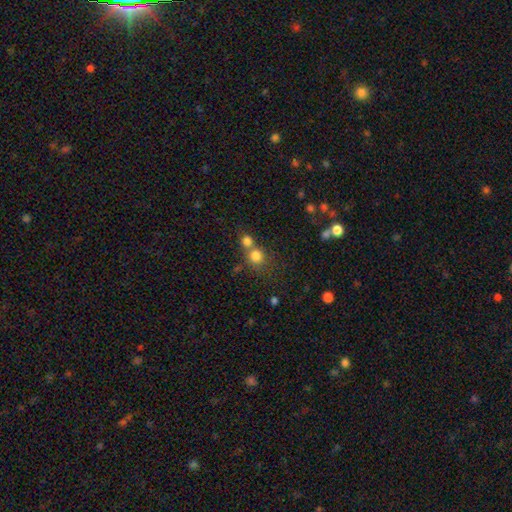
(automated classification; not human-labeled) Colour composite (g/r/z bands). It shows a smooth galaxy with no disk features (79%) that is round (88%). Merging: none (47%).